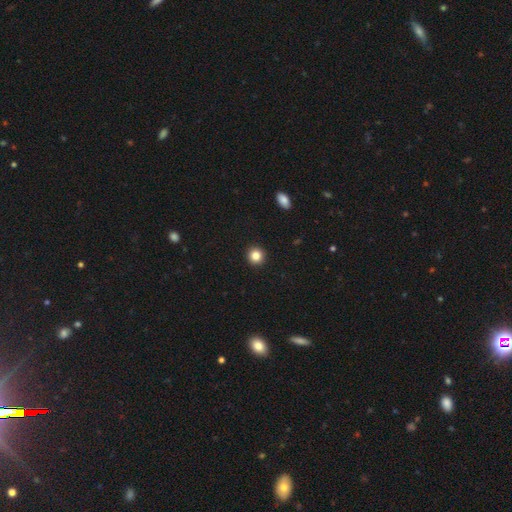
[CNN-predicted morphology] Smooth or featured? smooth (85%)
How rounded? round (93%)
Merging? none (93%)